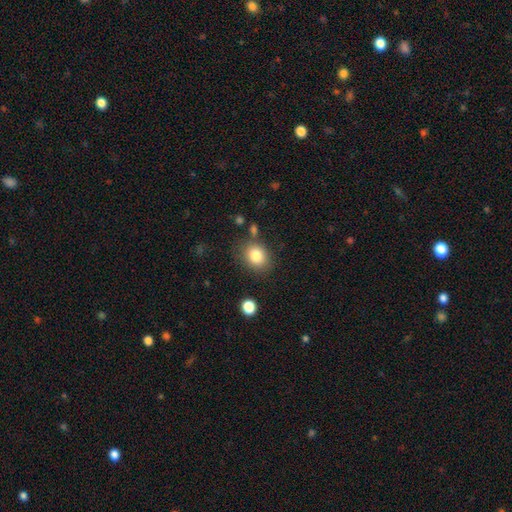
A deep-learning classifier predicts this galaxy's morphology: smooth 83%, star or artifact 10%, featured or disk 7%. Down the decision tree: how rounded — round (58%); merging — none (78%).